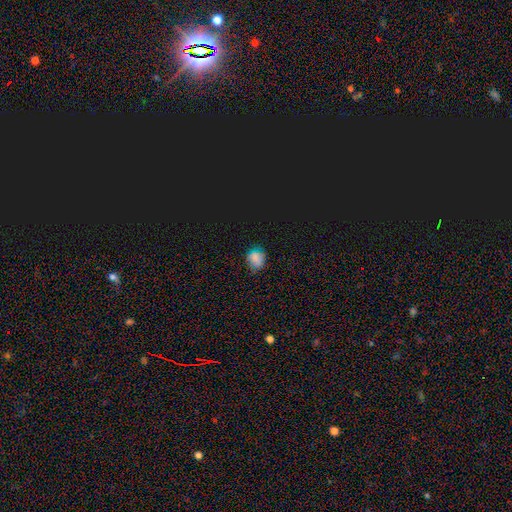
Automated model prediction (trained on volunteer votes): Smooth or featured? smooth (63%)
How rounded? round (66%)
Merging? none (76%)